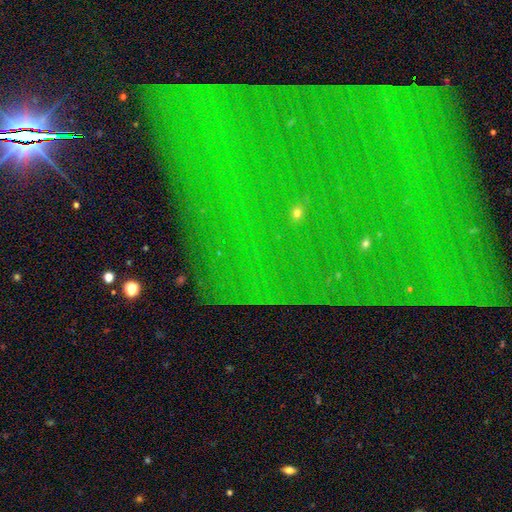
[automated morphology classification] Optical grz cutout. It shows a star or artifact, not a galaxy (83%).